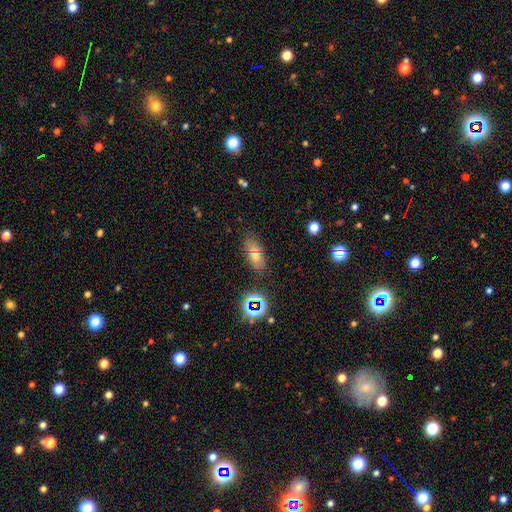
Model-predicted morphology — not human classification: The model was most divided on "smooth or featured": smooth: 61%, star or artifact: 24%, featured or disk: 15%. More confident: merging — none (71%); how rounded — in between (70%).